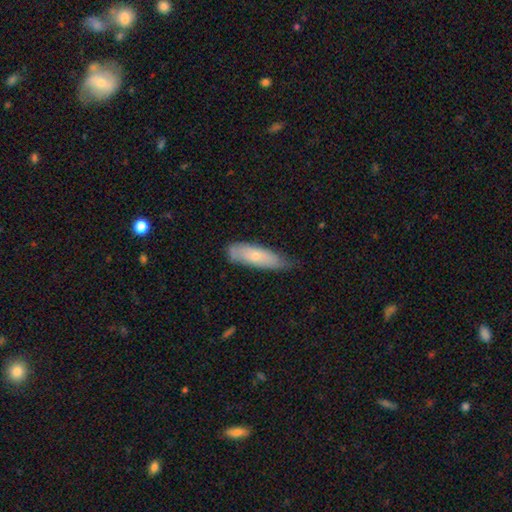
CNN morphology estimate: Smooth or featured? Predicted: smooth (p=0.64). How rounded? Predicted: cigar-shaped (p=0.50). Merging? Predicted: none (p=0.56).